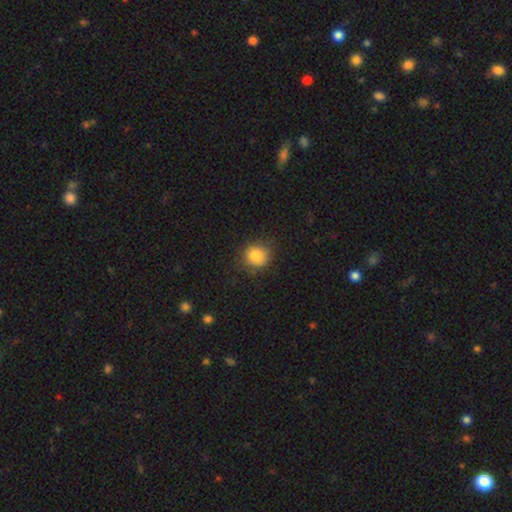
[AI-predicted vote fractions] Morphology: type=smooth (84%); roundness=round (87%); merging=none (82%).